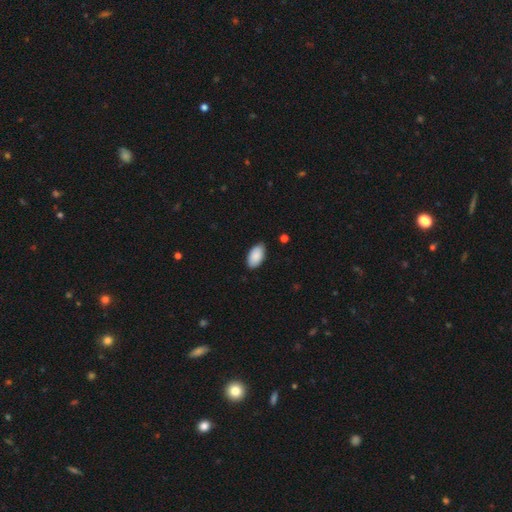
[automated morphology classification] This appears to be a smooth galaxy with no disk features (89%) that is in between round and cigar-shaped (96%). Merging: none (83%).